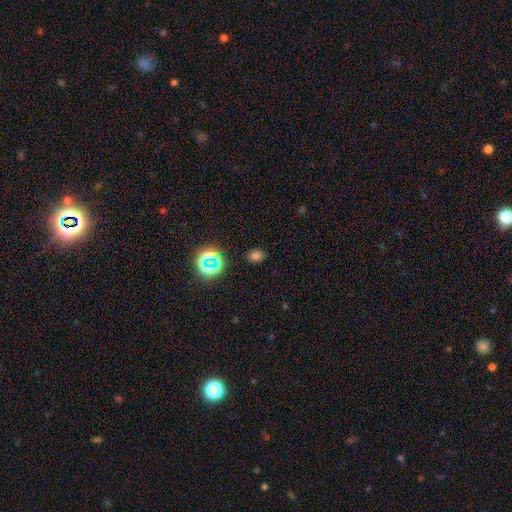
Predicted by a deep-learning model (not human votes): A smooth galaxy with no disk features (67%) that is in between round and cigar-shaped (60%).

Vote fractions:
- Smooth or featured? smooth: 67% / star or artifact: 25% / featured or disk: 7%
- How rounded? in between: 60% / round: 38% / cigar-shaped: 1%
- Merging? none: 85% / minor disturbance: 11% / major disturbance: 3% / merger: 2%